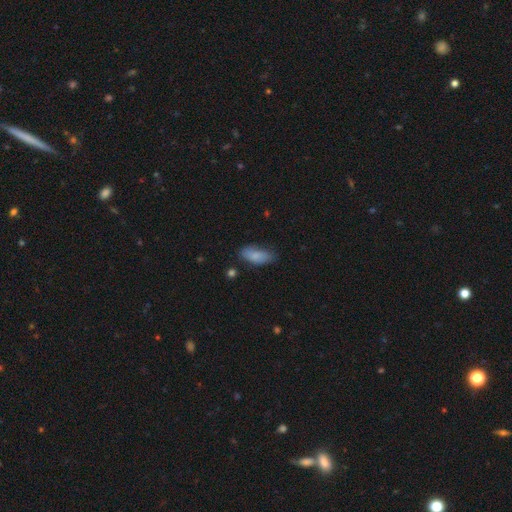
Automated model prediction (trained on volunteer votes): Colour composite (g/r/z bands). It shows a smooth galaxy with no disk features (84%) that is in between round and cigar-shaped (83%). Merging: none (70%).